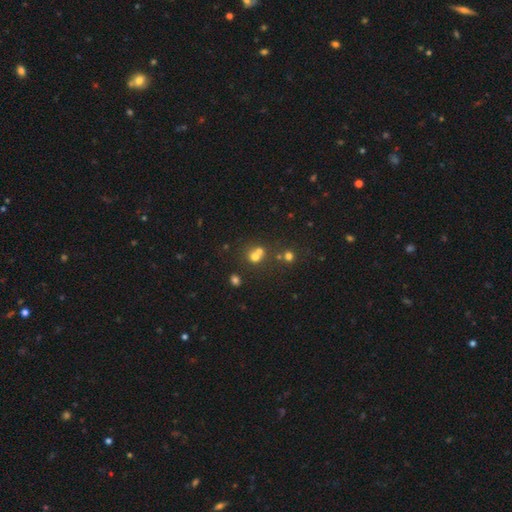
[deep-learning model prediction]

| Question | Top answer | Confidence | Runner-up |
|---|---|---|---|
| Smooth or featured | smooth | 61% | star or artifact (22%) |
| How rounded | round | 81% | in between (18%) |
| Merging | merger | 48% | none (42%) |